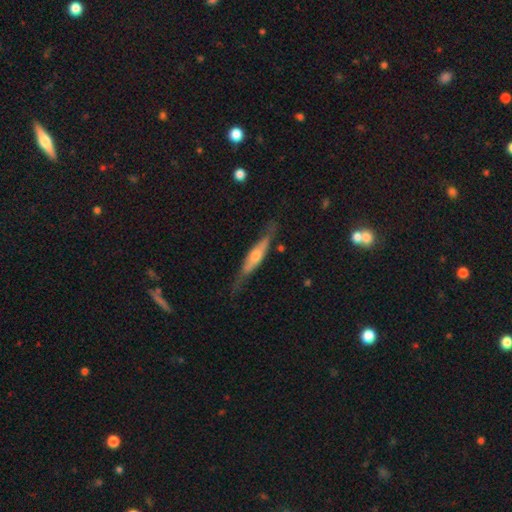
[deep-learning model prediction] Smooth or featured: featured or disk — 64% (smooth — 31%)
Edge-on disk: yes — 85% (no — 15%)
Edge-on bulge: rounded — 78% (none — 12%)
Merging: none — 71% (minor disturbance — 20%)